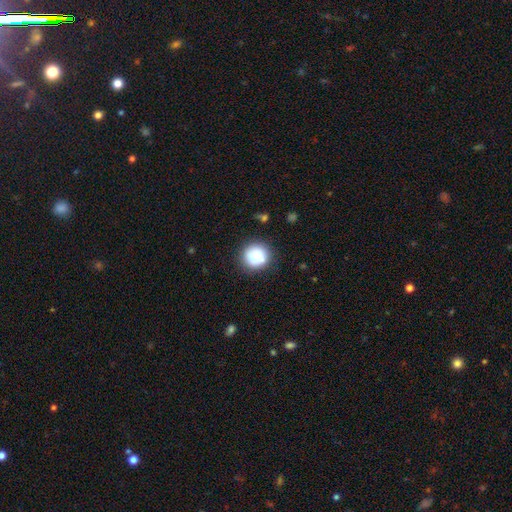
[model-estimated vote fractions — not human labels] Morphology: type=smooth (78%); roundness=round (92%); merging=none (80%).